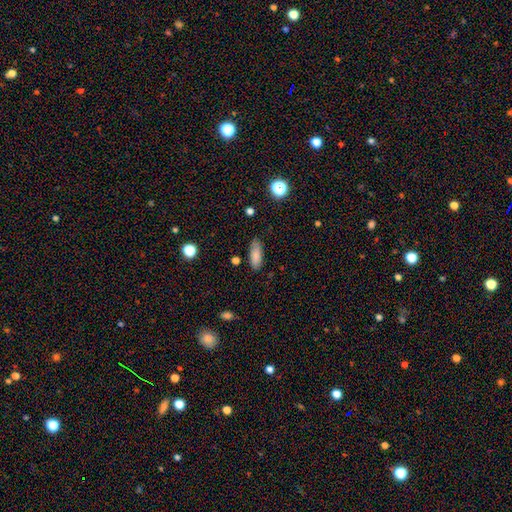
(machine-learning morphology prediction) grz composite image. It shows a smooth galaxy with no disk features (83%) that is in between round and cigar-shaped (72%). Merging: none (81%).